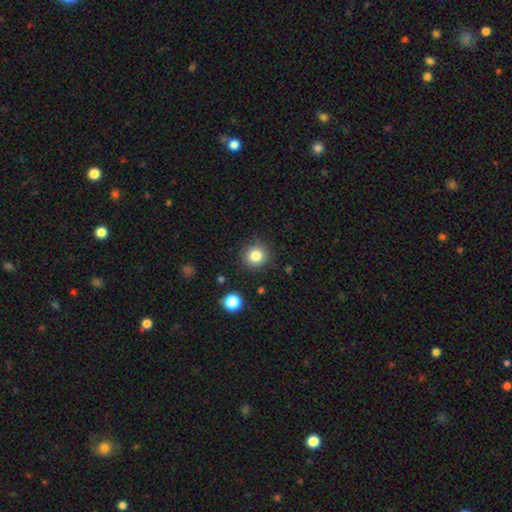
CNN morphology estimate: Smooth or featured? smooth (82%)
How rounded? round (93%)
Merging? none (87%)